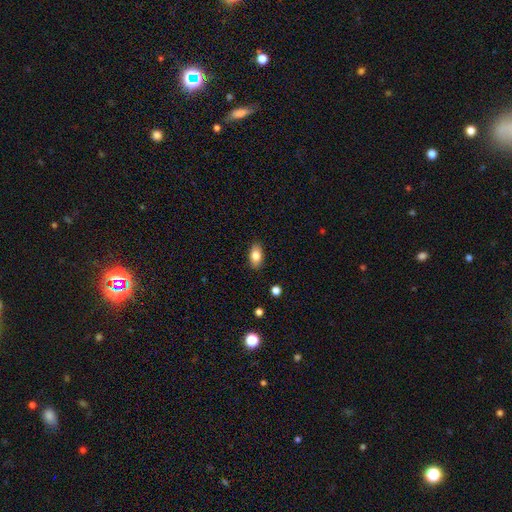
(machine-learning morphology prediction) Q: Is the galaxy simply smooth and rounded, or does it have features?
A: smooth — 82%.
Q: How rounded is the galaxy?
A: in between — 90%.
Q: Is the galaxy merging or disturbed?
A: none — 88%.